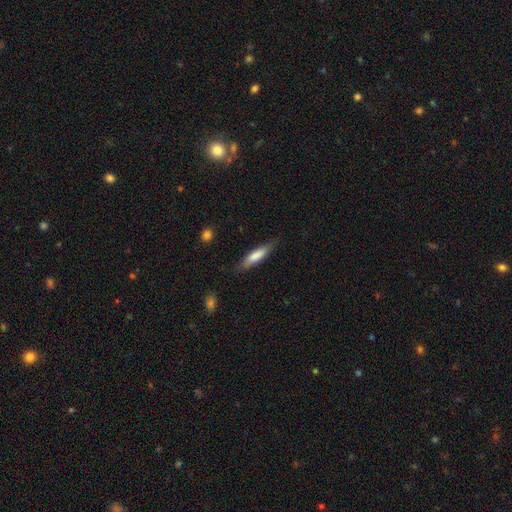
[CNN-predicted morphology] Smooth or featured? smooth (74%)
How rounded? cigar-shaped (77%)
Merging? none (77%)